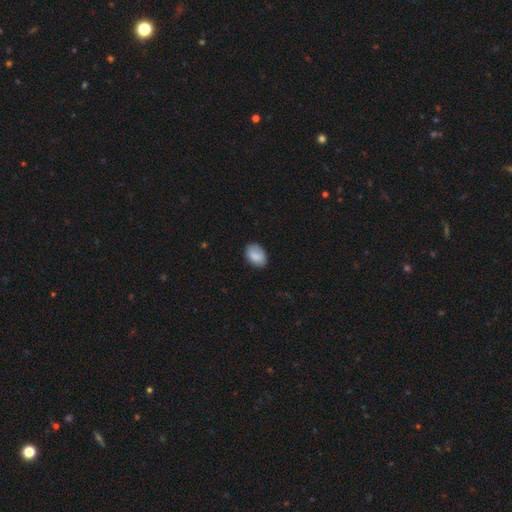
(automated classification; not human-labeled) Smooth or featured?
  - smooth: 87% *
  - star or artifact: 7%
  - featured or disk: 6%
How rounded?
  - in between: 81% *
  - round: 17%
  - cigar-shaped: 1%
Merging?
  - none: 81% *
  - minor disturbance: 15%
  - major disturbance: 3%
  - merger: 1%